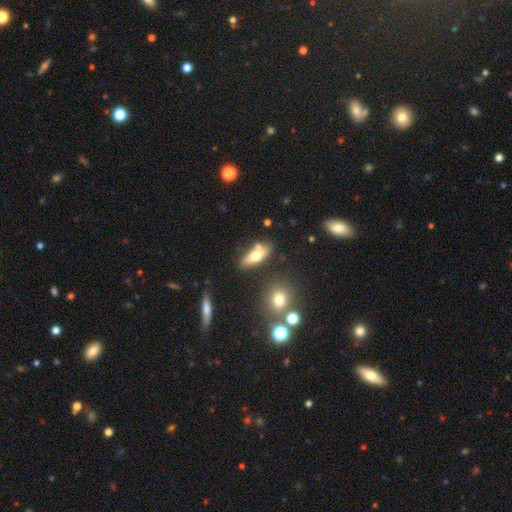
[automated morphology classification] Smooth or featured?
  - smooth: 60% *
  - featured or disk: 31%
  - star or artifact: 9%
How rounded?
  - in between: 67% *
  - cigar-shaped: 28%
  - round: 5%
Merging?
  - none: 60% *
  - merger: 18%
  - minor disturbance: 16%
  - major disturbance: 6%